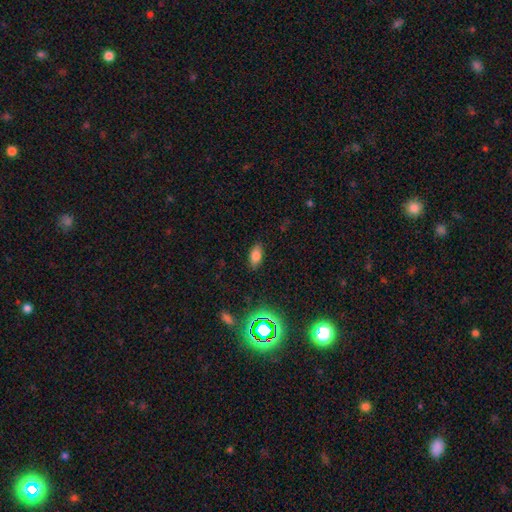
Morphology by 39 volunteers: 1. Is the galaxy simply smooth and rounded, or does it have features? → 82% smooth, 10% star or artifact, 8% featured or disk.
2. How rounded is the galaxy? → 91% in between, 6% cigar-shaped, 3% round.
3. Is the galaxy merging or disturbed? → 80% none, 14% minor disturbance, 6% major disturbance, 0% merger.